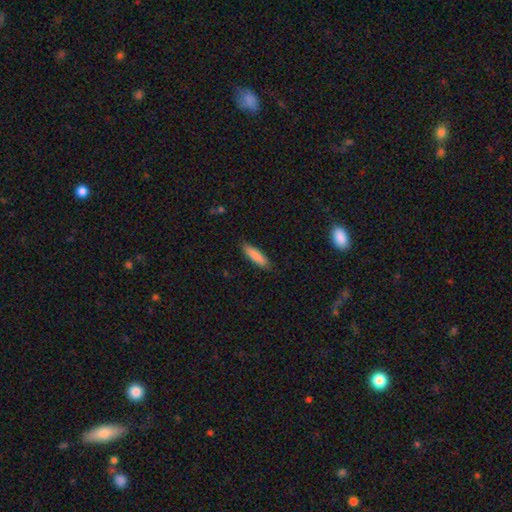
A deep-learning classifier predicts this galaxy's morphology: The model was most divided on "how rounded": cigar-shaped: 65%, in between: 33%, round: 1%. More confident: smooth or featured — smooth (87%); merging — none (85%).